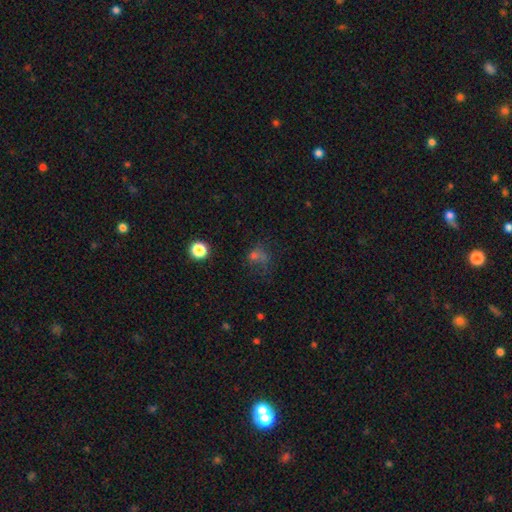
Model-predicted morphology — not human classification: Smooth or featured? smooth (51%)
How rounded? round (63%)
Merging? none (41%)